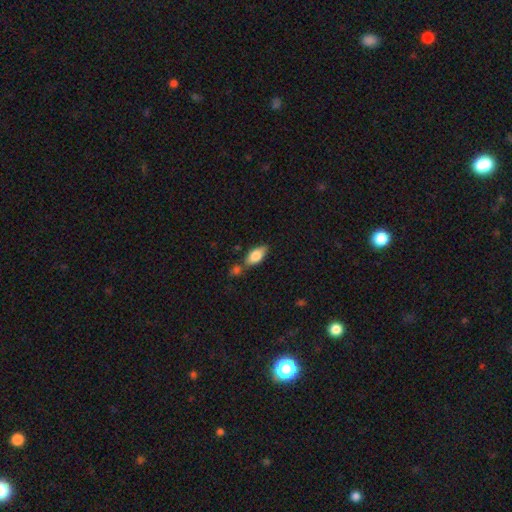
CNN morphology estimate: type=smooth (76%); roundness=in between (86%); merging=none (59%).